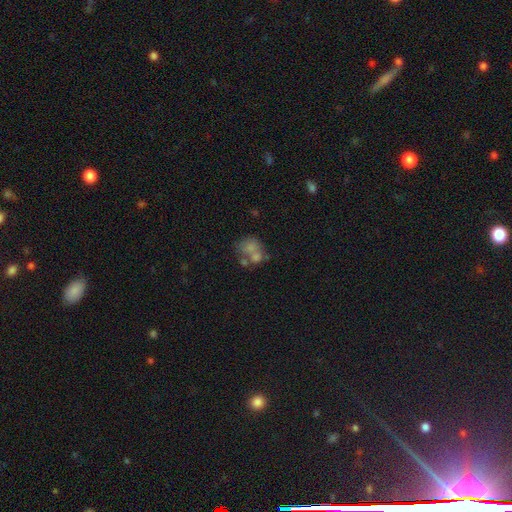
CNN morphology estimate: smooth-or-featured: smooth: 54% | featured or disk: 30% | star or artifact: 16%
  how-rounded: round: 57% | in between: 42% | cigar-shaped: 1%
  merging: merger: 45% | none: 31% | minor disturbance: 12% | major disturbance: 12%